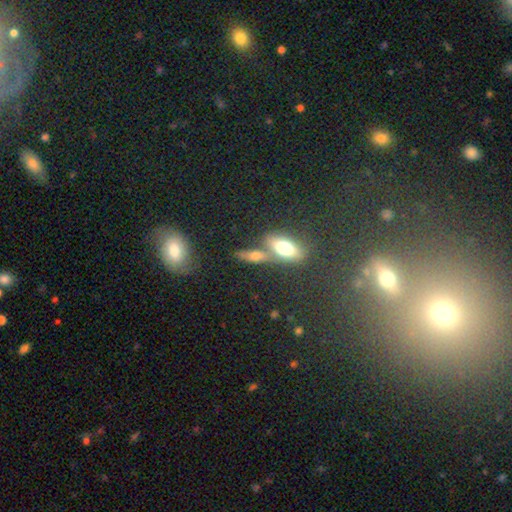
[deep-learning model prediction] smooth-or-featured: smooth: 59% | featured or disk: 29% | star or artifact: 12%
  how-rounded: in between: 56% | cigar-shaped: 36% | round: 8%
  merging: none: 50% | merger: 32% | minor disturbance: 12% | major disturbance: 6%